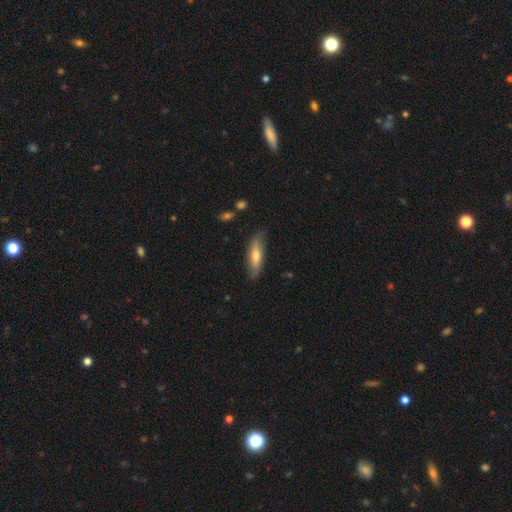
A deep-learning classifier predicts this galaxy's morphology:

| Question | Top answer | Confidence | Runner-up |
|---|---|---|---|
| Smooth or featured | smooth | 61% | featured or disk (33%) |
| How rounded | cigar-shaped | 56% | in between (42%) |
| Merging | none | 78% | minor disturbance (17%) |